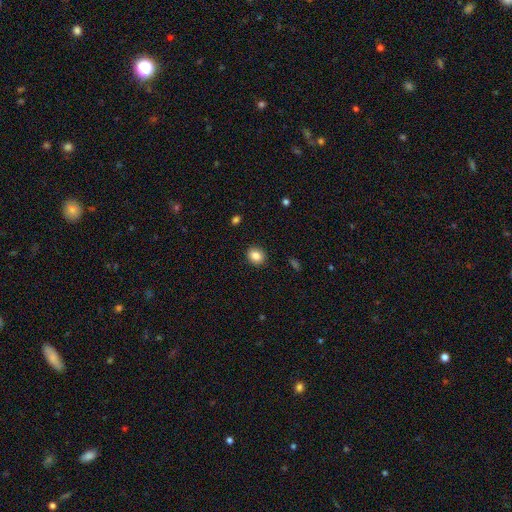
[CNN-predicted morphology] smooth 84%, star or artifact 10%, featured or disk 6%. Down the decision tree: how rounded — round (75%); merging — none (91%).